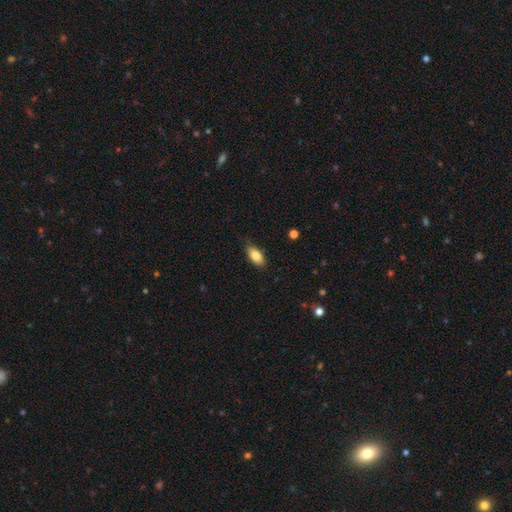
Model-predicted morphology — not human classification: A smooth galaxy with no disk features (83%) that is in between round and cigar-shaped (87%). Merging: none (78%).